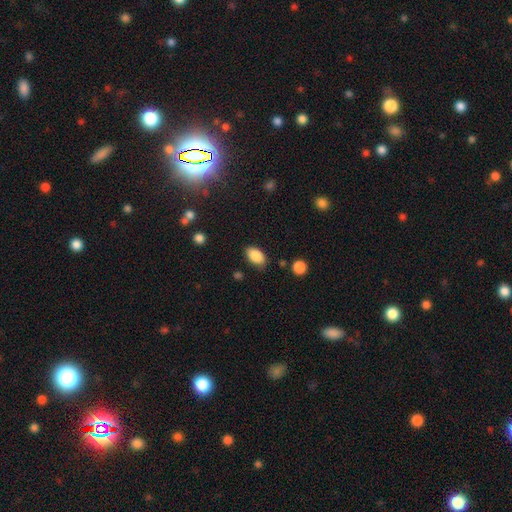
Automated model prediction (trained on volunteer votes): Overall: smooth (87%). How rounded: in between (92%). Merging: none (79%).